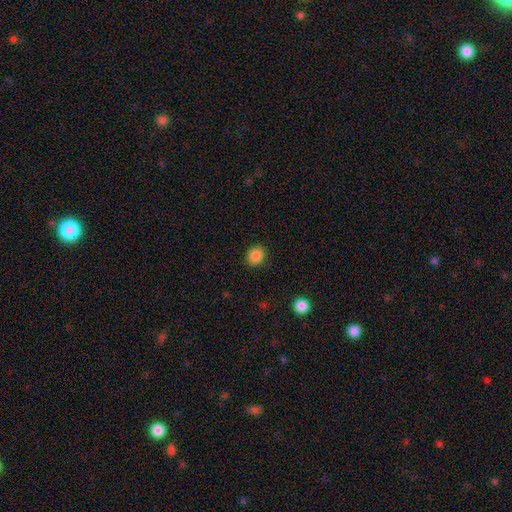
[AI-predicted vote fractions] This appears to be a smooth galaxy with no disk features (87%) that is round (74%). Merging: none (88%).